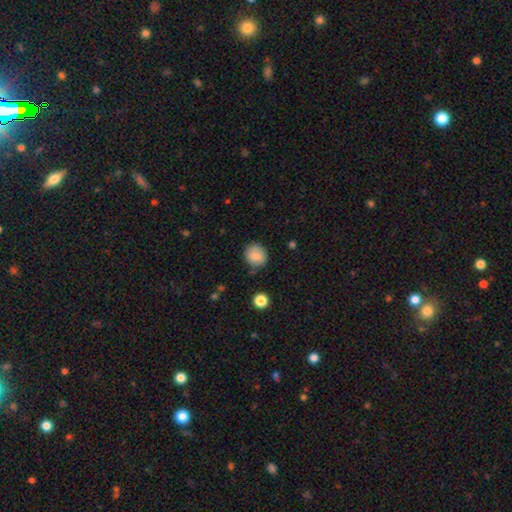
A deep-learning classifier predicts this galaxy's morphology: A smooth galaxy with no disk features (85%) that is round (76%). Merging: none (77%).